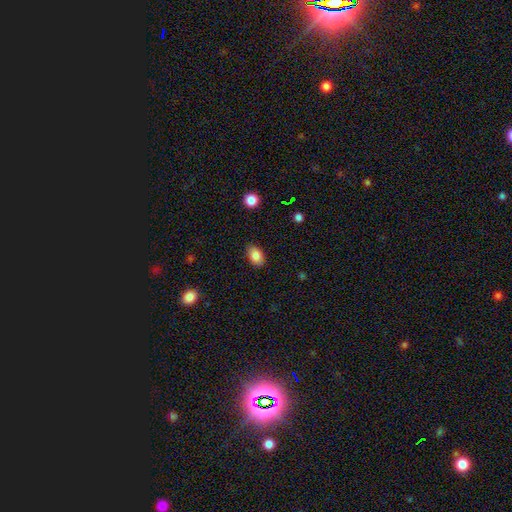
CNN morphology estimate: Smooth or featured?
  - smooth: 85% *
  - star or artifact: 8%
  - featured or disk: 7%
How rounded?
  - in between: 87% *
  - round: 12%
  - cigar-shaped: 1%
Merging?
  - none: 85% *
  - minor disturbance: 11%
  - major disturbance: 2%
  - merger: 1%